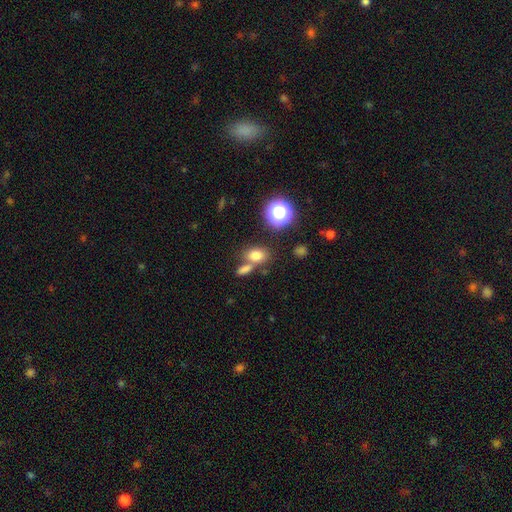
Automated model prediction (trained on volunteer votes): Smooth or featured? Predicted: smooth (p=0.77). How rounded? Predicted: in between (p=0.72). Merging? Predicted: none (p=0.57).